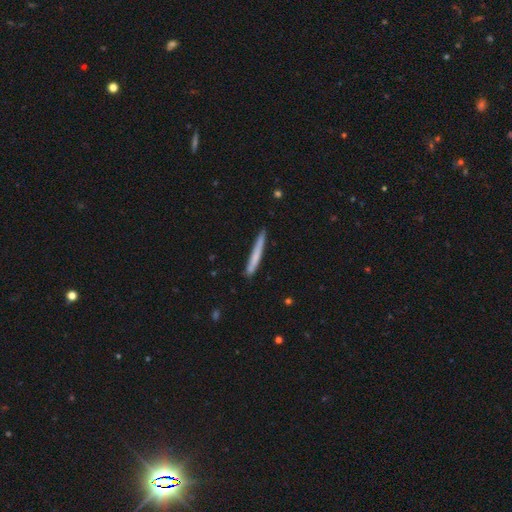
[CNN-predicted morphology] Q: Smooth or featured?
A: smooth (67%); runner-up: featured or disk (28%)
Q: How rounded?
A: cigar-shaped (97%); runner-up: in between (2%)
Q: Merging?
A: none (86%); runner-up: minor disturbance (11%)